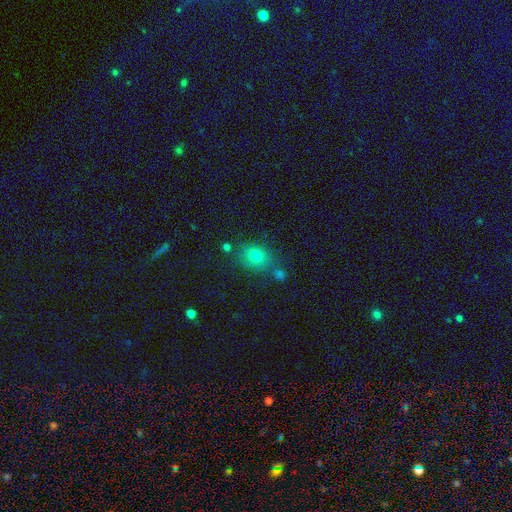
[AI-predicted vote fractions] smooth_or_featured: smooth (p=0.77) [alt: star or artifact p=0.14]
how_rounded: round (p=0.50) [alt: in between p=0.48]
merging: none (p=0.67) [alt: minor disturbance p=0.15]